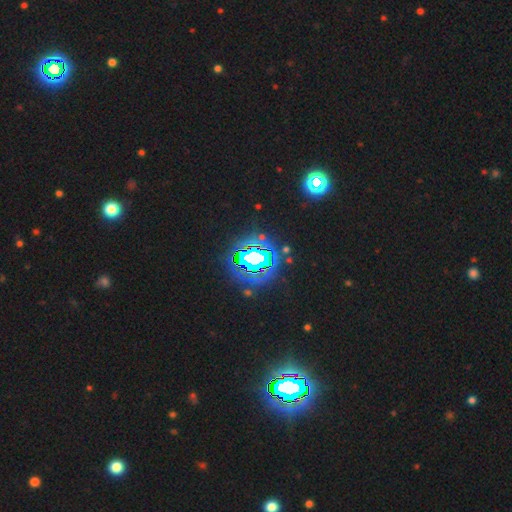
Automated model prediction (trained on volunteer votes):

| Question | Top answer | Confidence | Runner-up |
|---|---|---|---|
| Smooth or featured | star or artifact | 81% | smooth (10%) |